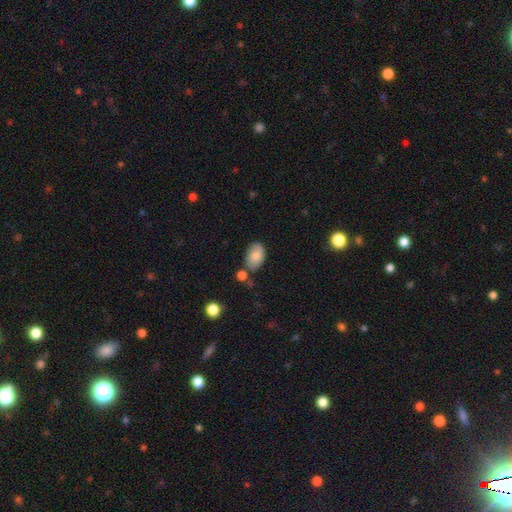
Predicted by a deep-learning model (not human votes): Smooth or featured? Predicted: smooth (p=0.81). How rounded? Predicted: in between (p=0.91). Merging? Predicted: none (p=0.69).